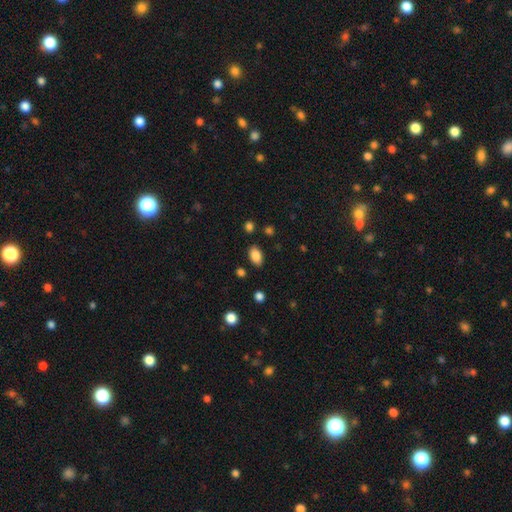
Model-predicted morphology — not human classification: Smooth or featured: smooth — 86% (star or artifact — 9%)
How rounded: in between — 90% (round — 8%)
Merging: none — 85% (minor disturbance — 10%)